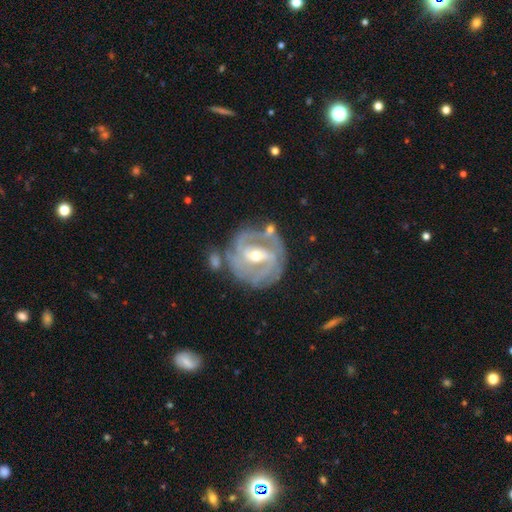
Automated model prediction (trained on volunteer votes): Smooth or featured? featured or disk (88%)
Edge-on disk? no (97%)
Bar? weak (44%)
Spiral arms? yes (94%)
Spiral winding? tight (62%)
Spiral arm count? 2 (44%)
Bulge size? moderate (56%)
Merging? none (66%)